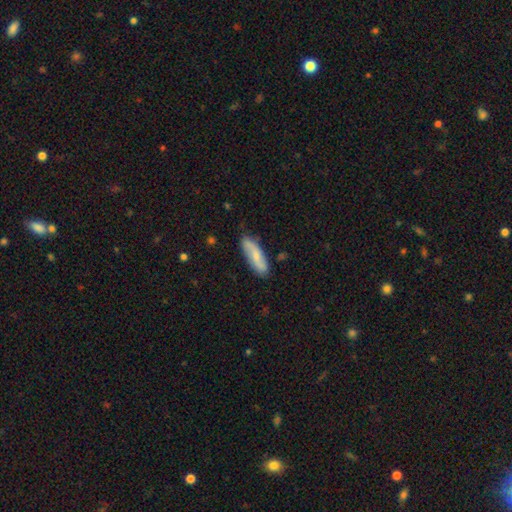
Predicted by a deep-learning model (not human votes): smooth_or_featured: smooth (p=0.56) [alt: featured or disk p=0.38]
how_rounded: cigar-shaped (p=0.52) [alt: in between p=0.45]
merging: none (p=0.81) [alt: minor disturbance p=0.15]